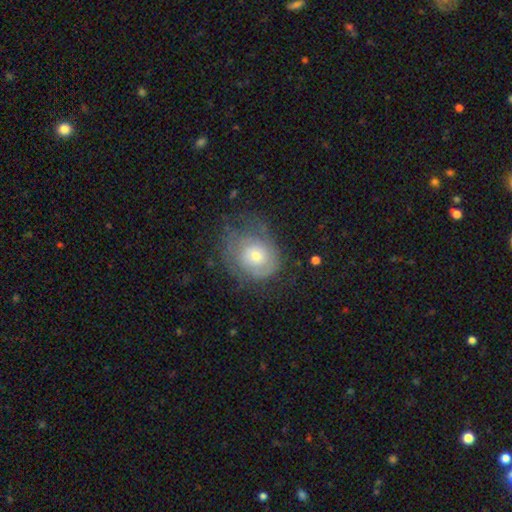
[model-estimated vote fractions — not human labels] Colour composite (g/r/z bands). It shows a featured or disk galaxy (51%). Merging: none (46%).